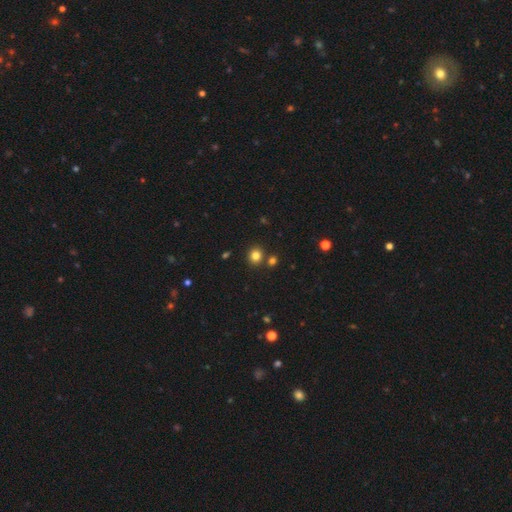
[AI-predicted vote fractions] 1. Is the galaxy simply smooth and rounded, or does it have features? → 81% smooth, 13% star or artifact, 5% featured or disk.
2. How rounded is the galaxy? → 83% round, 16% in between, 1% cigar-shaped.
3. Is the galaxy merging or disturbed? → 81% none, 10% merger, 7% minor disturbance, 2% major disturbance.